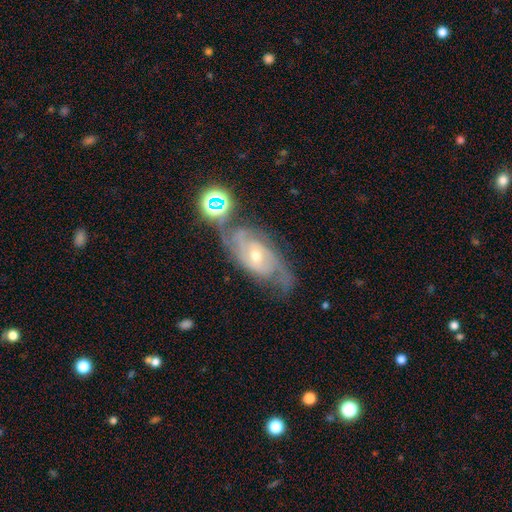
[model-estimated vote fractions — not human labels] Smooth or featured? featured or disk (84%)
Edge-on disk? no (94%)
Bar? no (58%)
Spiral arms? yes (96%)
Spiral winding? tight (55%)
Spiral arm count? 2 (51%)
Bulge size? moderate (54%)
Merging? none (62%)